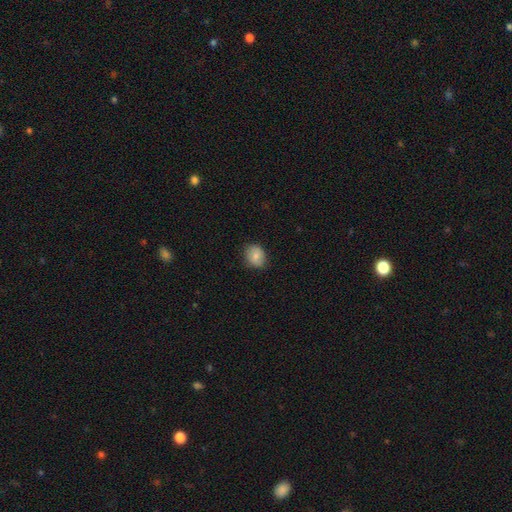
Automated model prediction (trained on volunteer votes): Smooth or featured: smooth — 79% (featured or disk — 13%)
How rounded: round — 59% (in between — 40%)
Merging: none — 81% (minor disturbance — 15%)